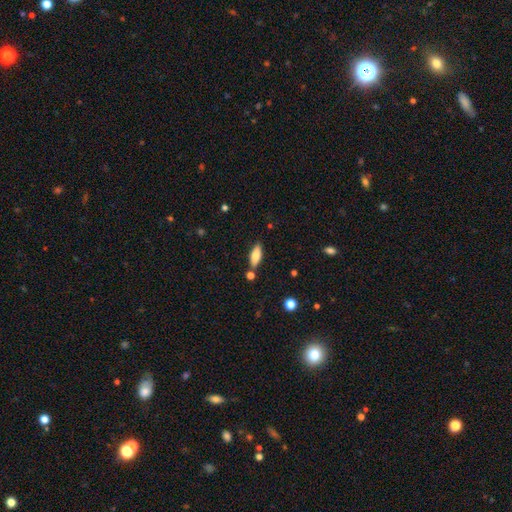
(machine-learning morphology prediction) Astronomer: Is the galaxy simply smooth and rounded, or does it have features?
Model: smooth — 77%.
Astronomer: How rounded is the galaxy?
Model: in between — 68%.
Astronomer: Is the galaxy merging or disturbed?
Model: none — 78%.